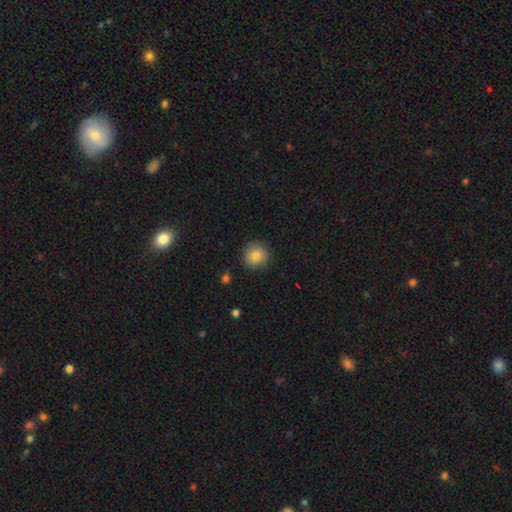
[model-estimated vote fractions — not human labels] smooth-or-featured: smooth: 84% | star or artifact: 10% | featured or disk: 6%
  how-rounded: round: 90% | in between: 9% | cigar-shaped: 1%
  merging: none: 87% | minor disturbance: 9% | major disturbance: 2% | merger: 1%